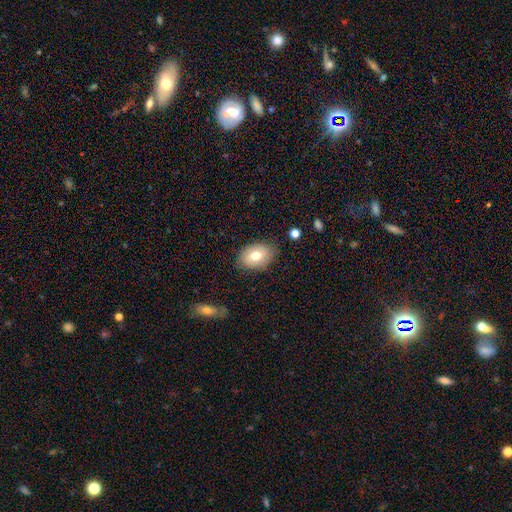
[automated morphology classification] Overall: smooth (70%). How rounded: in between (82%). Merging: none (80%).